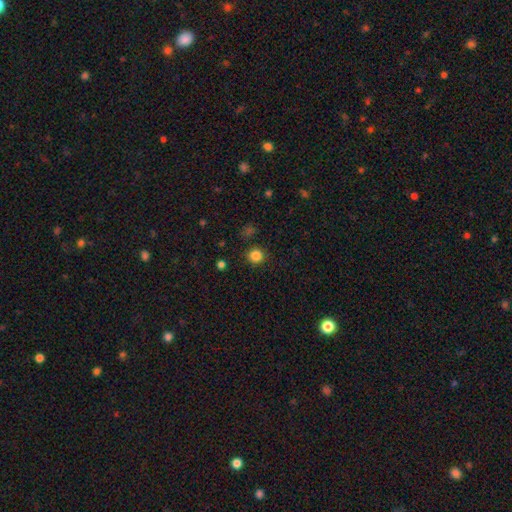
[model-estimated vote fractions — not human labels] smooth_or_featured: smooth (p=0.83) [alt: star or artifact p=0.13]
how_rounded: round (p=0.93) [alt: in between p=0.06]
merging: none (p=0.90) [alt: minor disturbance p=0.06]